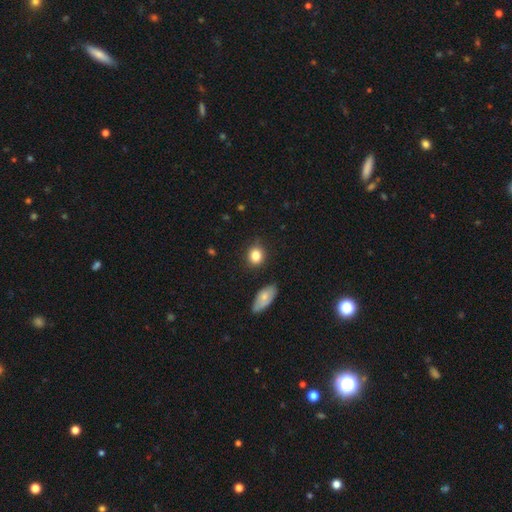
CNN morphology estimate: The model was most divided on "how rounded": round: 70%, in between: 28%, cigar-shaped: 2%. More confident: smooth or featured — smooth (84%); merging — none (83%).